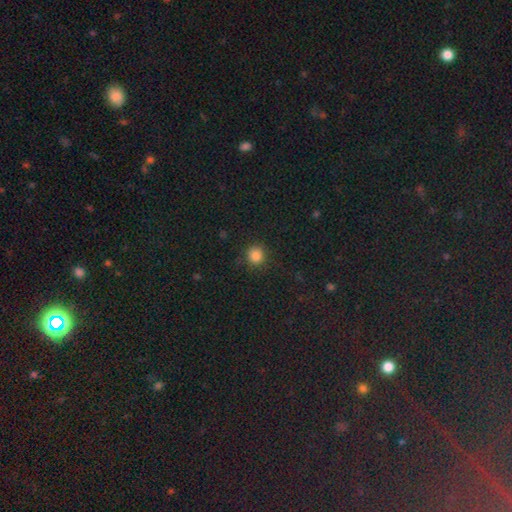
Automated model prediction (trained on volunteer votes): smooth_or_featured: smooth (p=0.85) [alt: star or artifact p=0.12]
how_rounded: round (p=0.90) [alt: in between p=0.09]
merging: none (p=0.88) [alt: minor disturbance p=0.08]